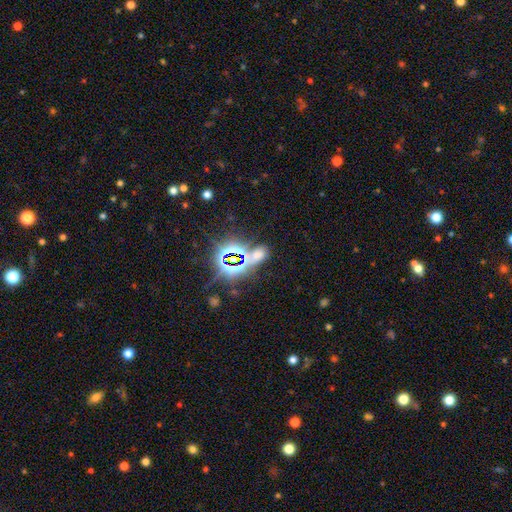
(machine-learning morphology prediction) This is possibly a star or artifact rather than a galaxy (55%).